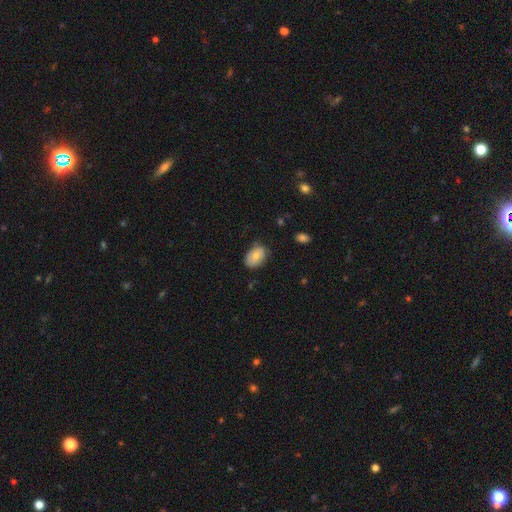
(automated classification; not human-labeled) Q: Smooth or featured?
A: smooth (75%); runner-up: featured or disk (18%)
Q: How rounded?
A: in between (83%); runner-up: round (16%)
Q: Merging?
A: none (69%); runner-up: minor disturbance (25%)